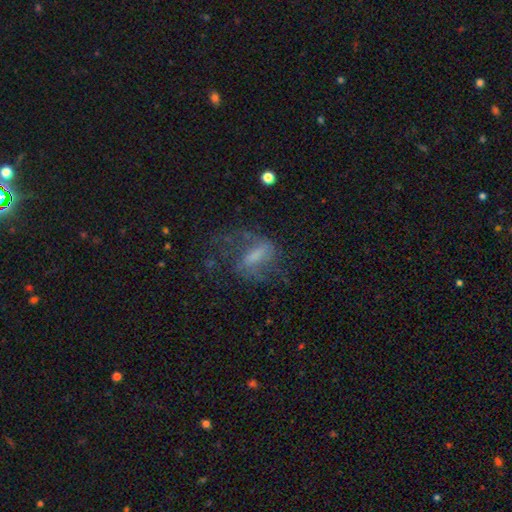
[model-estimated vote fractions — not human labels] featured or disk 59%, smooth 29%, star or artifact 11%. Down the decision tree: edge-on disk — no (92%); bar — weak (40%, tied with strong); spiral arms — yes (71%); bulge size — none (32%); merging — none (46%).